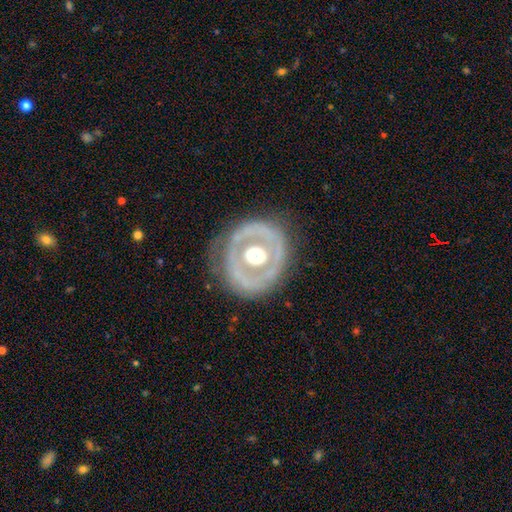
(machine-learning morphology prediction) A featured or disk galaxy (70%) with no bar (85%), no spiral arms (78%) and a moderate central bulge (60%).

Vote fractions:
- Smooth or featured? featured or disk: 70% / smooth: 25% / star or artifact: 5%
- Edge-on disk? no: 95% / yes: 5%
- Bar? no: 85% / weak: 10% / strong: 5%
- Spiral arms? no: 78% / yes: 22%
- Bulge size? moderate: 60% / large: 33% / small: 4% / dominant: 3% / none: 1%
- Merging? none: 70% / minor disturbance: 19% / major disturbance: 10% / merger: 2%